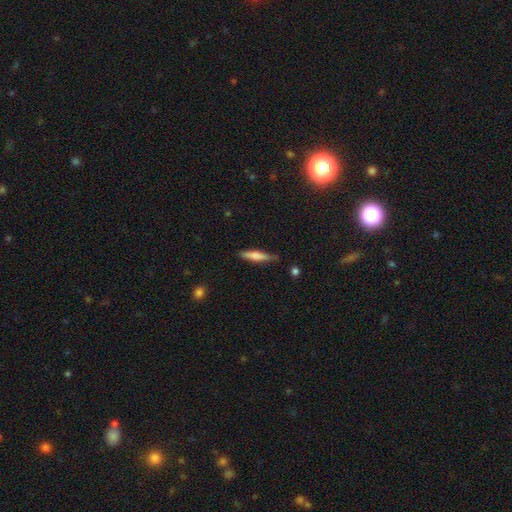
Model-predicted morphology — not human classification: Smooth or featured? Predicted: smooth (p=0.58). How rounded? Predicted: cigar-shaped (p=0.82). Merging? Predicted: none (p=0.78).